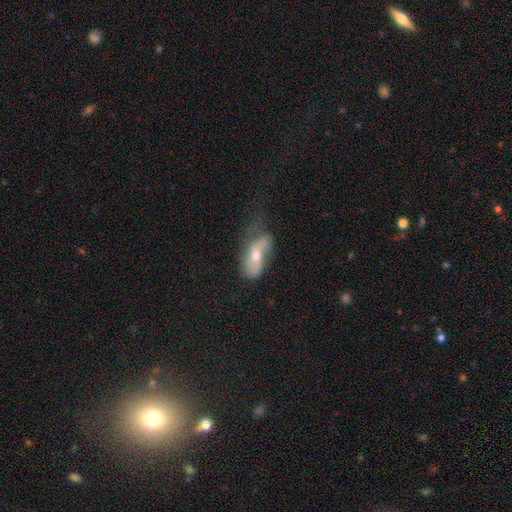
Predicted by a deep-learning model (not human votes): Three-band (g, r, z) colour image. It shows a featured or disk galaxy (47%). Merging: major disturbance (35%).